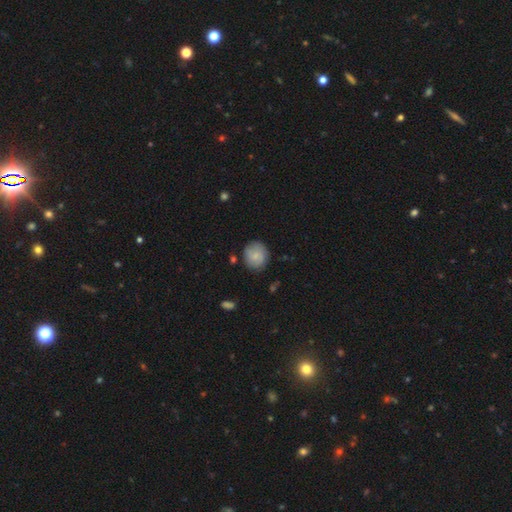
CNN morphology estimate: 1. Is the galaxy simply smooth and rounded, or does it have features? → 72% smooth, 20% featured or disk, 7% star or artifact.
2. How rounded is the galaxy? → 82% round, 17% in between, 1% cigar-shaped.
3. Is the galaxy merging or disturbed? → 81% none, 14% minor disturbance, 3% major disturbance, 2% merger.